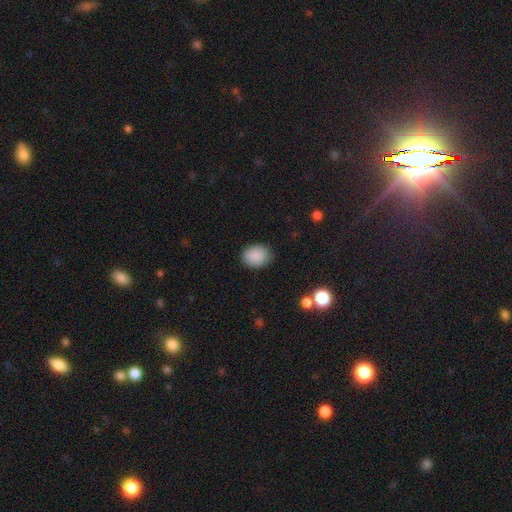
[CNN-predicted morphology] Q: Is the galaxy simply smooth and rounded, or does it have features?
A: smooth — 88%.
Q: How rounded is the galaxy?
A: in between — 52%.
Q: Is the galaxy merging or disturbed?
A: none — 84%.